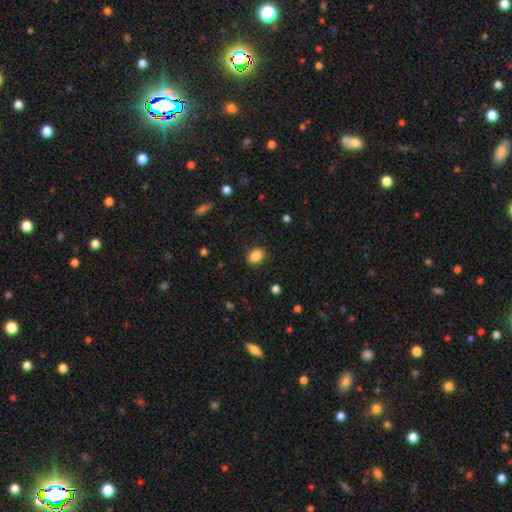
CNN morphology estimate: Overall: smooth (85%). How rounded: in between (55%; round 44%). Merging: none (82%).